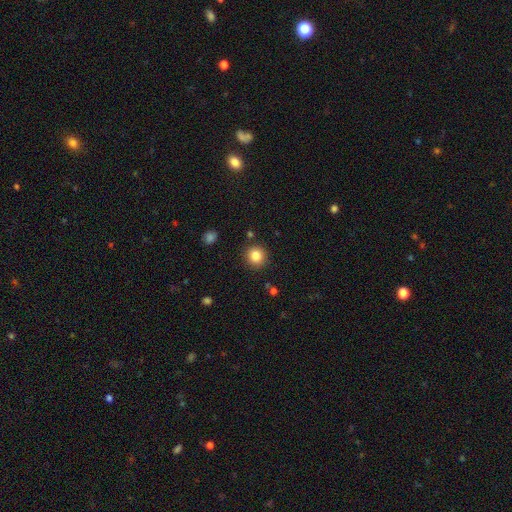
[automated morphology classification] smooth_or_featured: smooth (p=0.84) [alt: star or artifact p=0.10]
how_rounded: round (p=0.90) [alt: in between p=0.09]
merging: none (p=0.88) [alt: minor disturbance p=0.07]